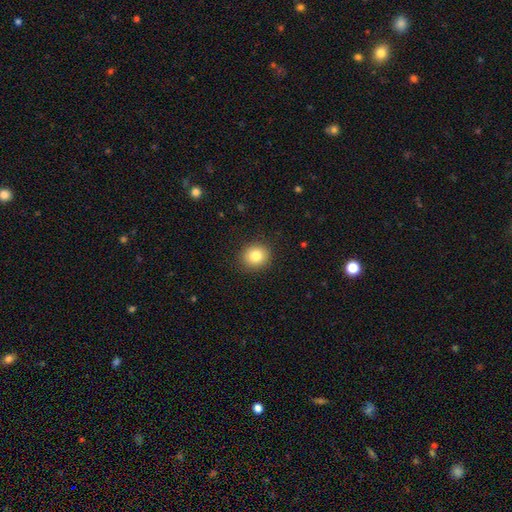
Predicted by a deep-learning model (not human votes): smooth 82%, star or artifact 10%, featured or disk 8%. Down the decision tree: how rounded — round (82%); merging — none (90%).